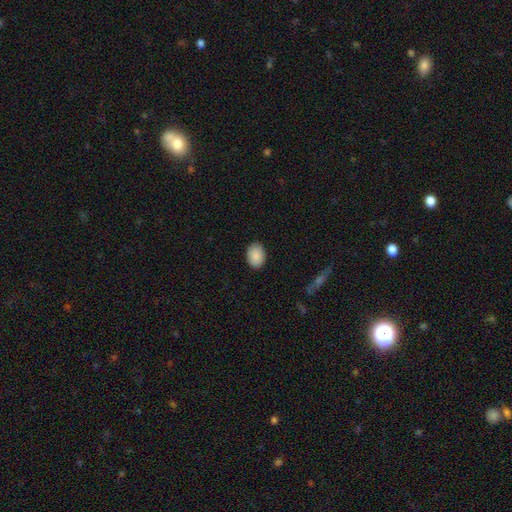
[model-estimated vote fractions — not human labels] A smooth galaxy with no disk features (89%) that is in between round and cigar-shaped (77%). Merging: none (89%).